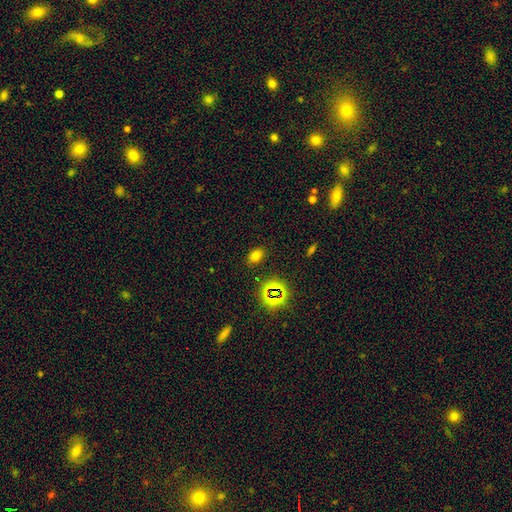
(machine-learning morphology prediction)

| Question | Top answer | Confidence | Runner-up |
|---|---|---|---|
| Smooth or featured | smooth | 68% | star or artifact (24%) |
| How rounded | in between | 77% | round (22%) |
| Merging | none | 85% | minor disturbance (10%) |